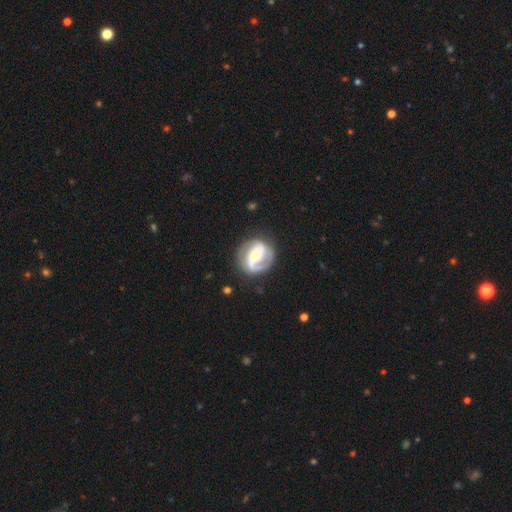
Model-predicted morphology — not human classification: This appears to be a featured or disk galaxy (83%) with a weak bar (35%), 2 (78%) medium (43%) spiral arms (93%) and a small central bulge (51%). Merging: none (74%).